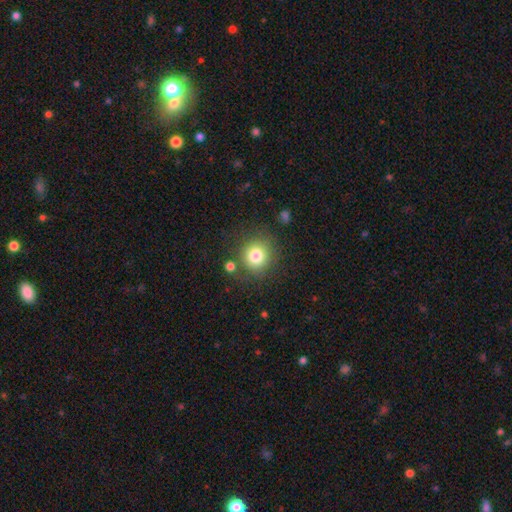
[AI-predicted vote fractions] Q: Smooth or featured?
A: smooth (80%); runner-up: star or artifact (12%)
Q: How rounded?
A: round (90%); runner-up: in between (9%)
Q: Merging?
A: none (80%); runner-up: minor disturbance (10%)